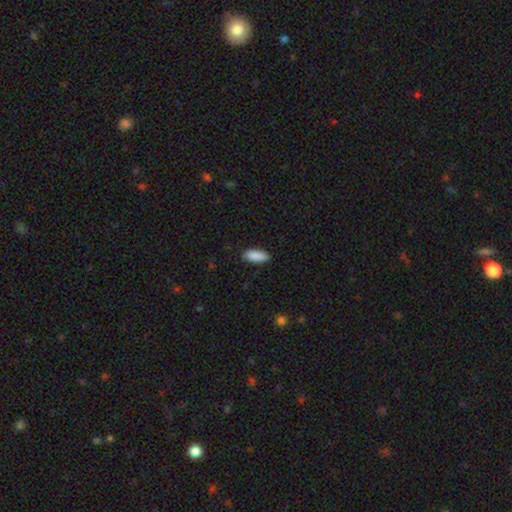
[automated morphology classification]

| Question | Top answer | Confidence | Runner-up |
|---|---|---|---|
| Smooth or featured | smooth | 90% | star or artifact (6%) |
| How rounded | in between | 71% | cigar-shaped (27%) |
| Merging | none | 86% | minor disturbance (11%) |